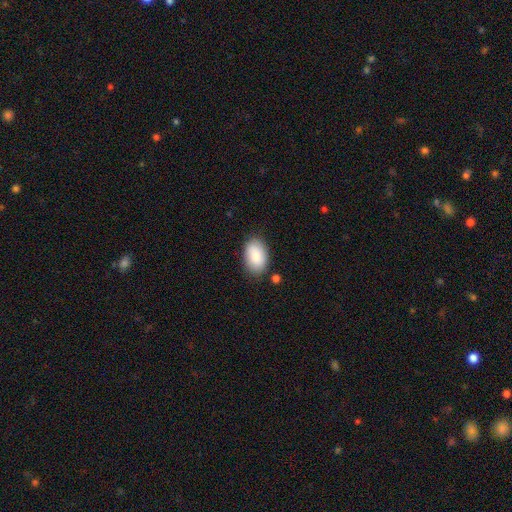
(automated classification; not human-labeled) smooth 85%, featured or disk 9%, star or artifact 6%. Down the decision tree: how rounded — in between (92%); merging — none (82%).